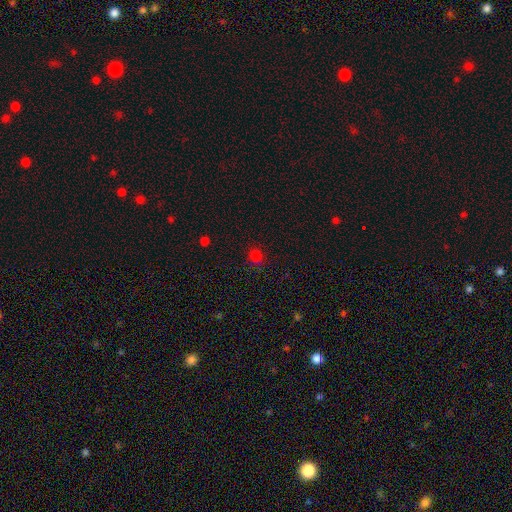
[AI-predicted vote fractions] This is likely a smooth galaxy (74%). How rounded: likely round (80%). Merging: clearly none (83%).